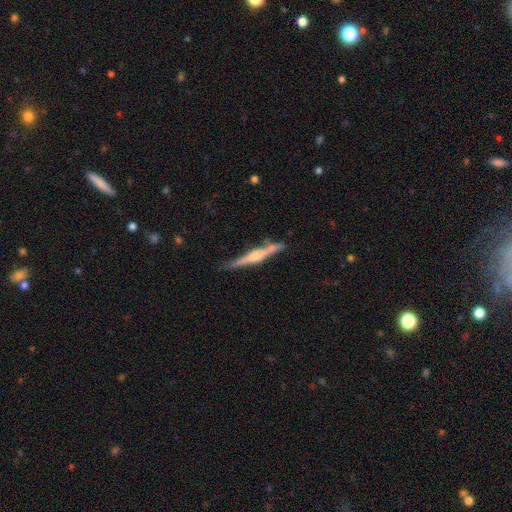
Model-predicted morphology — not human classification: The model was most divided on "smooth or featured": featured or disk: 70%, smooth: 24%, star or artifact: 6%. More confident: edge-on disk — yes (97%); merging — none (75%); edge-on bulge — rounded (69%).